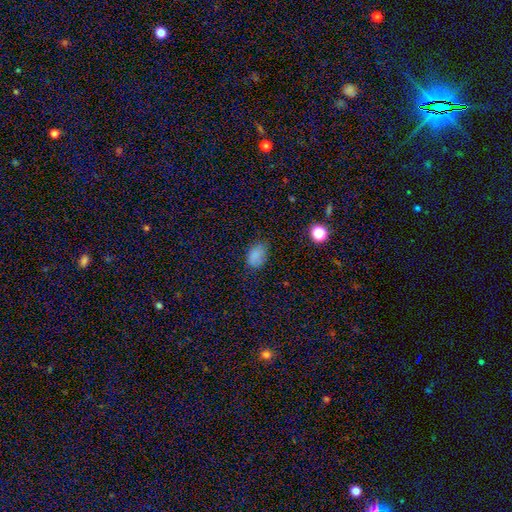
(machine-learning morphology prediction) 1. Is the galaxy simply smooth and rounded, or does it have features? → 81% smooth, 14% star or artifact, 5% featured or disk.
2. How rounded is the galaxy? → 84% in between, 14% round, 1% cigar-shaped.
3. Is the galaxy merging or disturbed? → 71% none, 22% minor disturbance, 5% major disturbance, 2% merger.